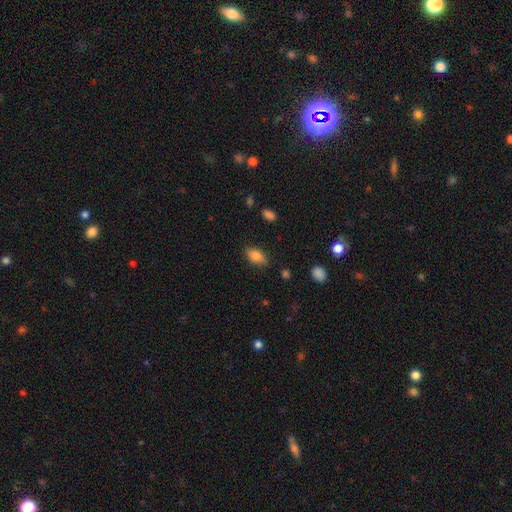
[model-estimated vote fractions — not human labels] smooth_or_featured: smooth (p=0.81) [alt: featured or disk p=0.10]
how_rounded: in between (p=0.88) [alt: round p=0.07]
merging: none (p=0.78) [alt: minor disturbance p=0.17]